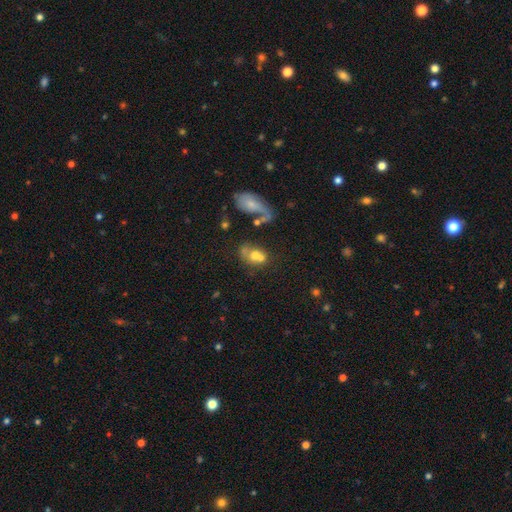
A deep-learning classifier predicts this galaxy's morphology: Overall: smooth (58%; featured or disk 29%). How rounded: in between (54%; round 43%). Merging: merger (55%; none 23%).